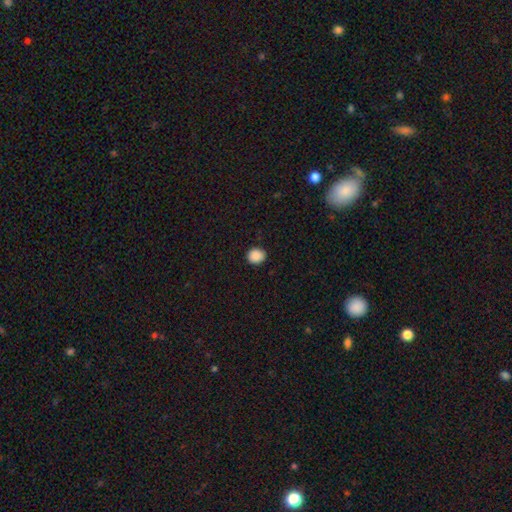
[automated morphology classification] Smooth or featured: smooth — 89% (star or artifact — 9%)
How rounded: round — 79% (in between — 21%)
Merging: none — 89% (minor disturbance — 8%)